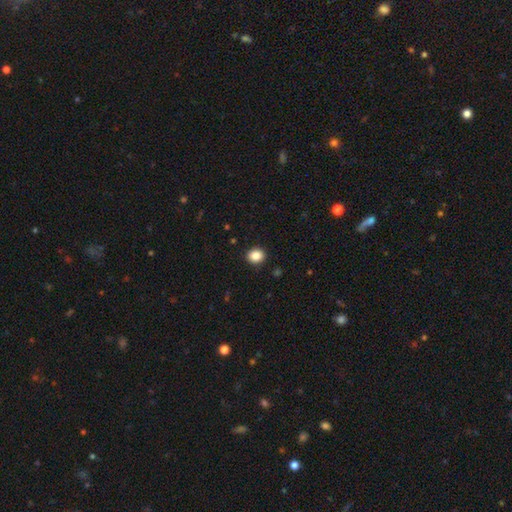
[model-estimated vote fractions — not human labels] The model was most divided on "how rounded": round: 71%, in between: 28%, cigar-shaped: 1%. More confident: merging — none (91%); smooth or featured — smooth (87%).